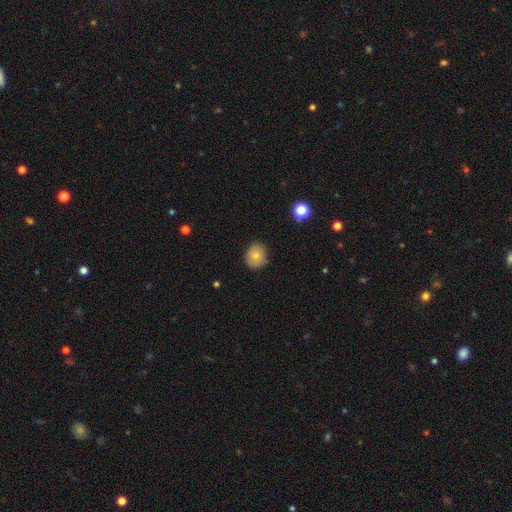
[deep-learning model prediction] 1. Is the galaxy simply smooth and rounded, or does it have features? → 77% smooth, 13% featured or disk, 10% star or artifact.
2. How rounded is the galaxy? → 76% round, 23% in between, 1% cigar-shaped.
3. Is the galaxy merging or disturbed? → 83% none, 13% minor disturbance, 3% major disturbance, 1% merger.